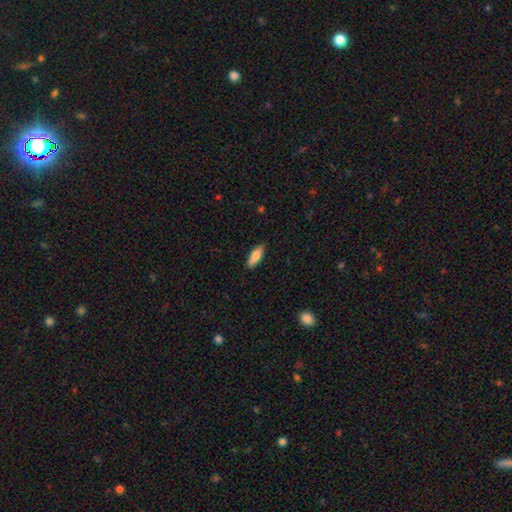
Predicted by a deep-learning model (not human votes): Smooth or featured: smooth — 80% (featured or disk — 14%)
How rounded: in between — 67% (cigar-shaped — 32%)
Merging: none — 86% (minor disturbance — 11%)